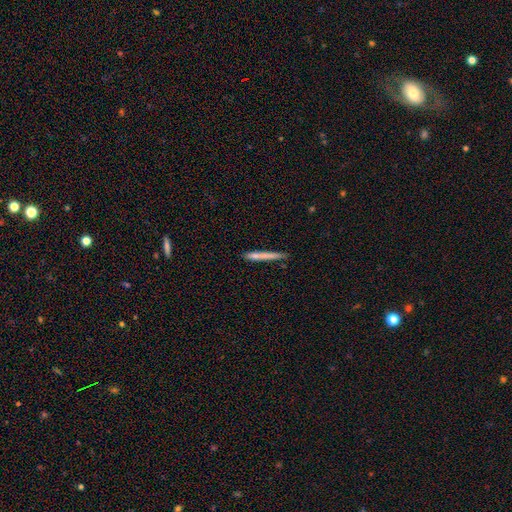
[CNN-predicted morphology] Q: Smooth or featured?
A: smooth (66%); runner-up: featured or disk (27%)
Q: How rounded?
A: cigar-shaped (96%); runner-up: in between (2%)
Q: Merging?
A: none (82%); runner-up: minor disturbance (13%)